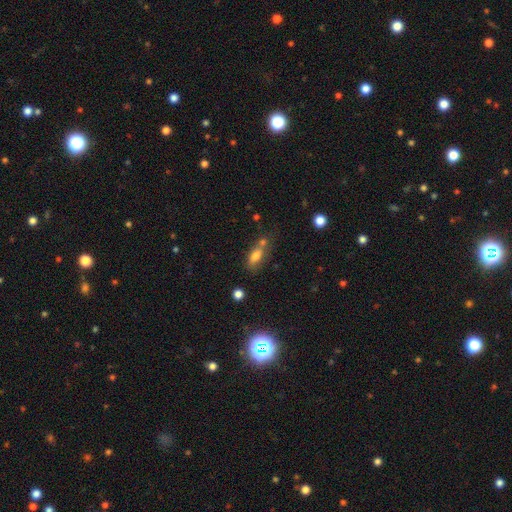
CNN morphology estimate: type=smooth (75%); roundness=in between (78%); merging=none (43%).